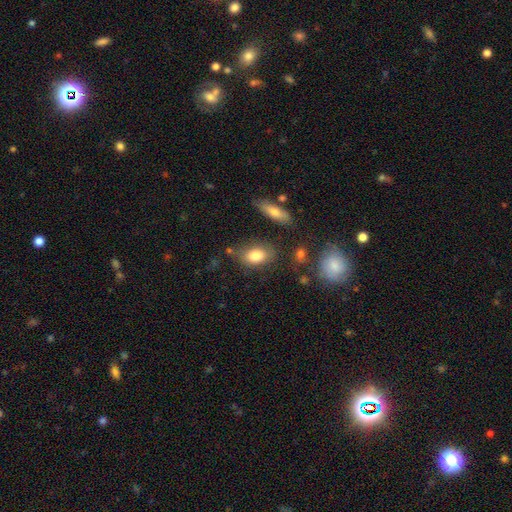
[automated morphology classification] A smooth galaxy with no disk features (81%) that is in between round and cigar-shaped (85%). Merging: none (69%).